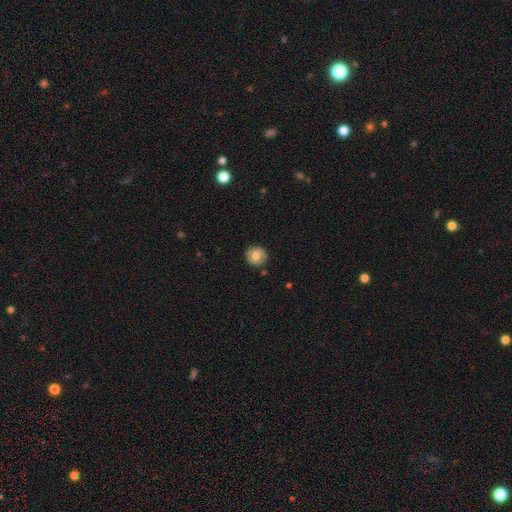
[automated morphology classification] Q: Smooth or featured?
A: smooth (72%); runner-up: featured or disk (20%)
Q: How rounded?
A: round (93%); runner-up: in between (6%)
Q: Merging?
A: none (89%); runner-up: minor disturbance (8%)